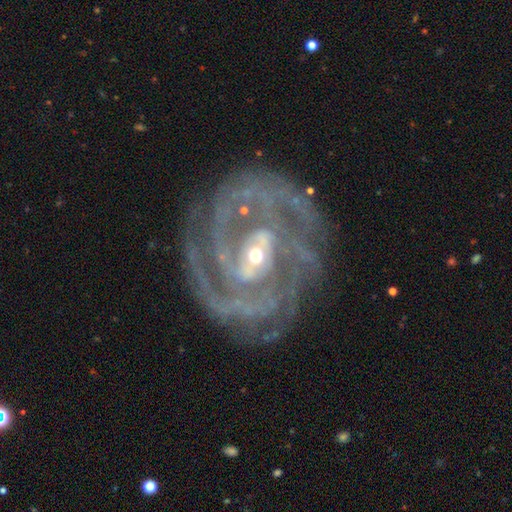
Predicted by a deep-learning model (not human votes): This is clearly a featured or disk galaxy (91%). It is clearly not viewed edge-on (97%). Bar: marginally weak (39%). Spiral arm pattern: clearly yes (96%). Spiral arm count: marginally 2 (38%). Spiral winding: possibly tight (55%). Central bulge: possibly small (53%). Merging: likely none (67%).